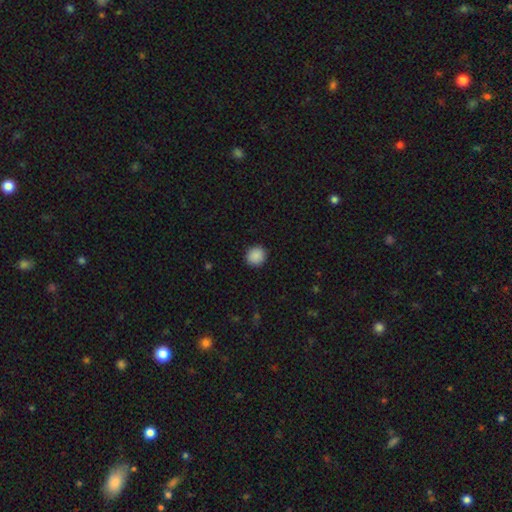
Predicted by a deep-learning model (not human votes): Morphology: type=smooth (90%); roundness=round (88%); merging=none (91%).